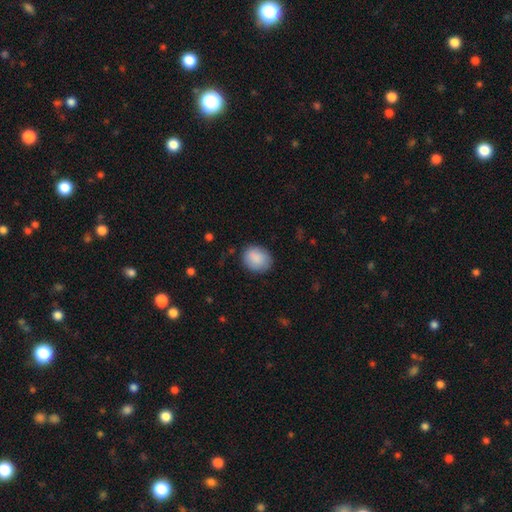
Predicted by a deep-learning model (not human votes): Smooth or featured? smooth (88%)
How rounded? round (62%)
Merging? none (81%)